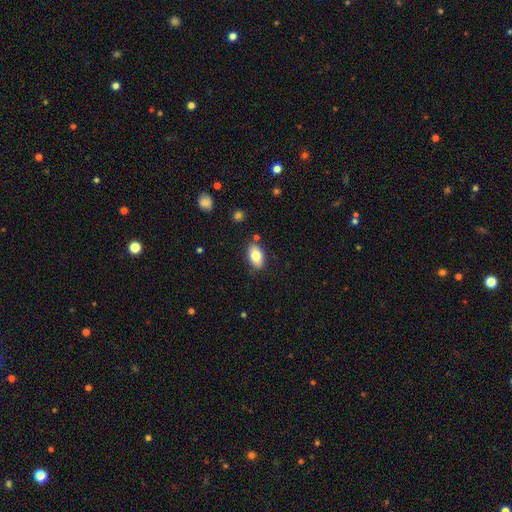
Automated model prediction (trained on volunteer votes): smooth_or_featured: smooth (p=0.81) [alt: featured or disk p=0.12]
how_rounded: in between (p=0.91) [alt: round p=0.07]
merging: none (p=0.83) [alt: minor disturbance p=0.12]